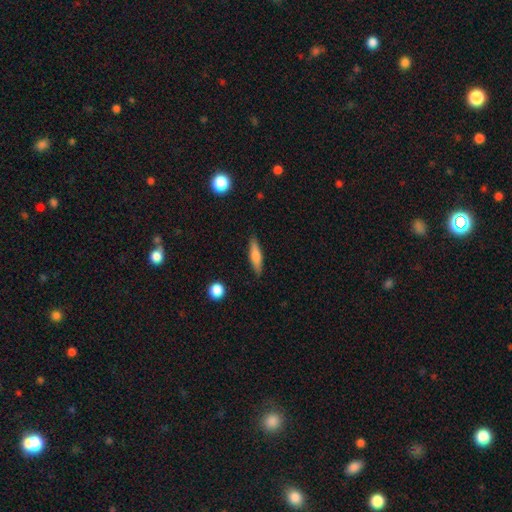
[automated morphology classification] Overall: smooth (60%; featured or disk 33%). How rounded: cigar-shaped (73%). Merging: none (87%).